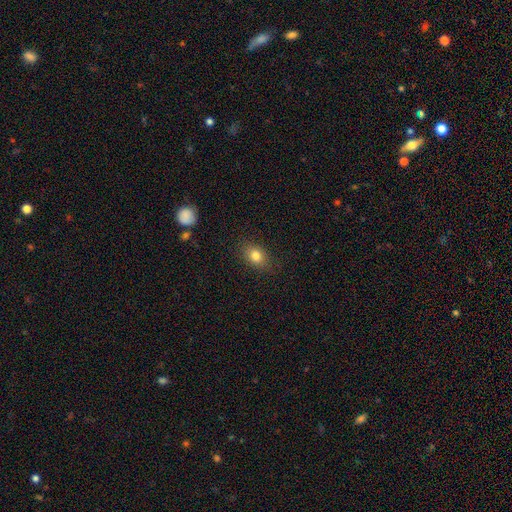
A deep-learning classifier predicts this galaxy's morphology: A smooth galaxy with no disk features (81%) that is in between round and cigar-shaped (68%).

Vote fractions:
- Smooth or featured? smooth: 81% / star or artifact: 10% / featured or disk: 9%
- How rounded? in between: 68% / round: 31% / cigar-shaped: 2%
- Merging? none: 85% / minor disturbance: 11% / major disturbance: 3% / merger: 1%